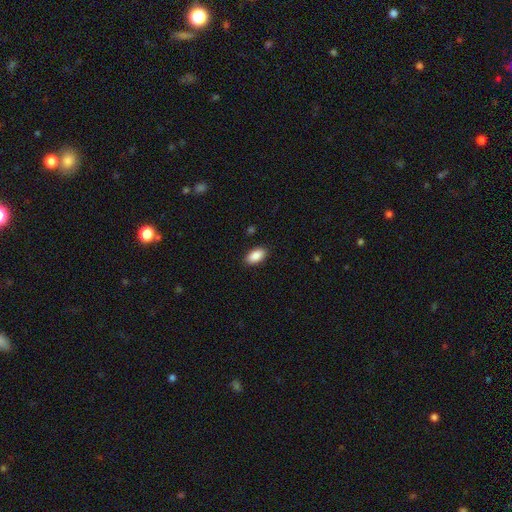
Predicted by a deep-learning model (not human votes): Overall: smooth (89%). How rounded: in between (94%). Merging: none (89%).